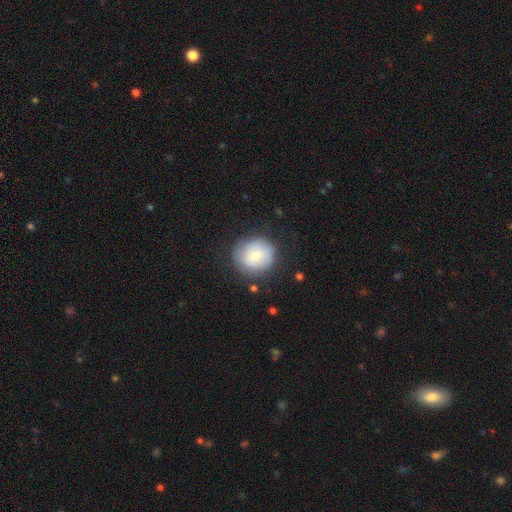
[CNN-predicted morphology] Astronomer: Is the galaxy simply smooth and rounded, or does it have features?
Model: smooth — 69%.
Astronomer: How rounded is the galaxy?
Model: round — 87%.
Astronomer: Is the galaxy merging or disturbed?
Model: none — 76%.